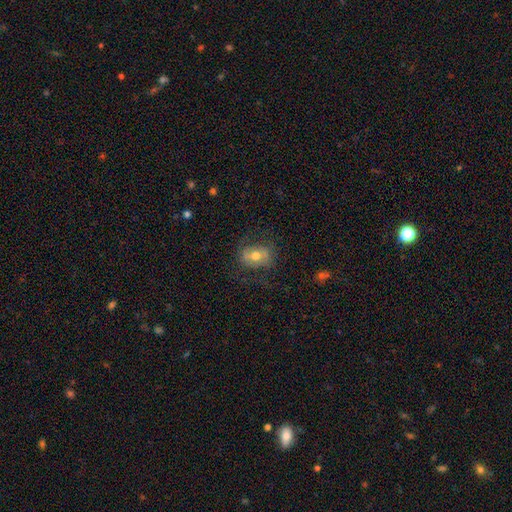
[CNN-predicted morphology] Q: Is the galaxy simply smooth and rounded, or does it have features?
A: smooth — 51%.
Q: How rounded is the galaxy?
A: in between — 66%.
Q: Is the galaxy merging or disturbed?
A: none — 70%.